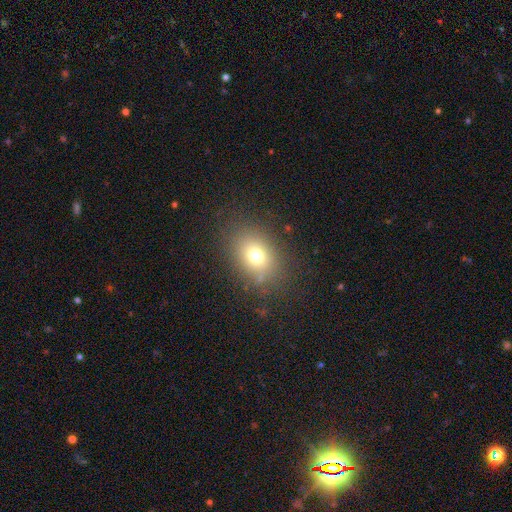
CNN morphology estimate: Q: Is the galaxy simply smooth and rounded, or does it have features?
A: smooth — 72%.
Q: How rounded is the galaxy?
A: in between — 57%.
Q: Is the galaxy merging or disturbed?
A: none — 82%.